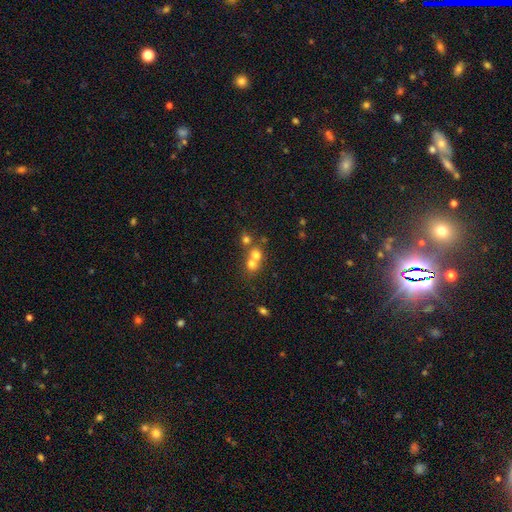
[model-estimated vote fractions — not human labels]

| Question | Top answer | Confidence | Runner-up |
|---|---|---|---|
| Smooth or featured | smooth | 68% | featured or disk (17%) |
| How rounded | round | 81% | in between (18%) |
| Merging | merger | 61% | none (31%) |